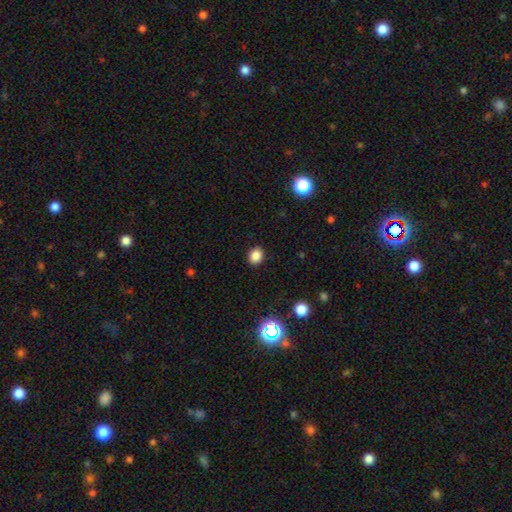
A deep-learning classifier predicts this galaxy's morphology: The model was most divided on "how rounded": round: 67%, in between: 32%, cigar-shaped: 1%. More confident: merging — none (90%); smooth or featured — smooth (85%).